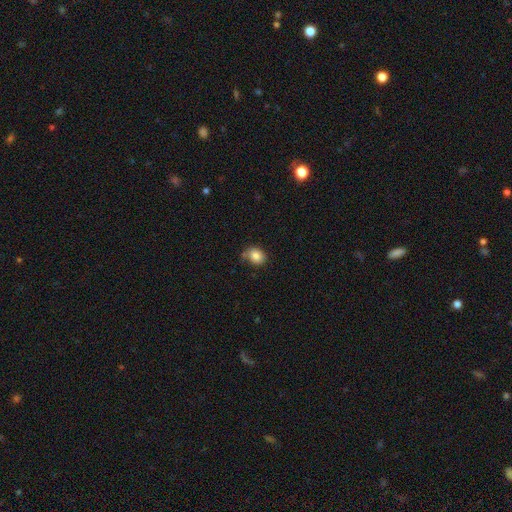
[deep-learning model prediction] Morphology: type=smooth (83%); roundness=in between (50%); merging=none (70%).